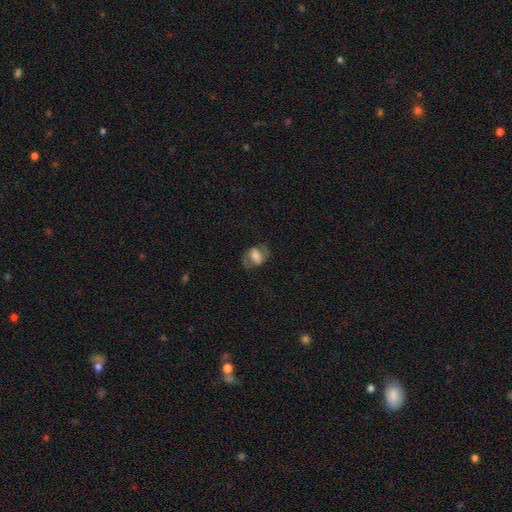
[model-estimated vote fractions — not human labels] A smooth galaxy with no disk features (47%).

Vote fractions:
- Smooth or featured? smooth: 47% / featured or disk: 45% / star or artifact: 9%
- Merging? none: 66% / minor disturbance: 18% / major disturbance: 15% / merger: 1%